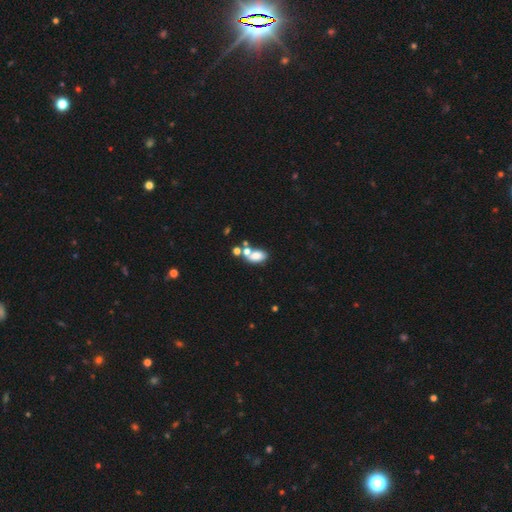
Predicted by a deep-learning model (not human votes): Smooth or featured? Predicted: smooth (p=0.73). How rounded? Predicted: in between (p=0.87). Merging? Predicted: merger (p=0.43).